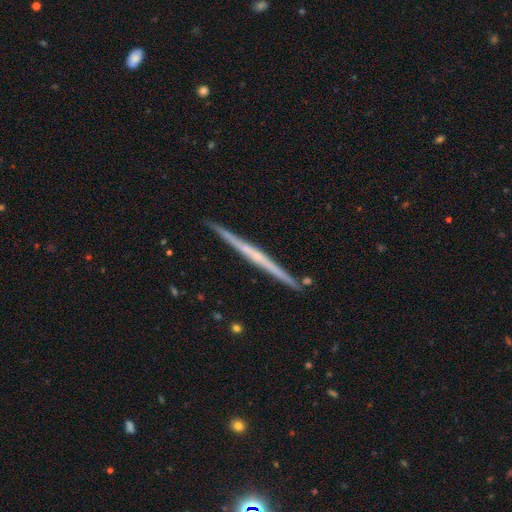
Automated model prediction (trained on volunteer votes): Smooth or featured? featured or disk (70%)
Edge-on disk? yes (98%)
Edge-on bulge? none (71%)
Merging? none (91%)